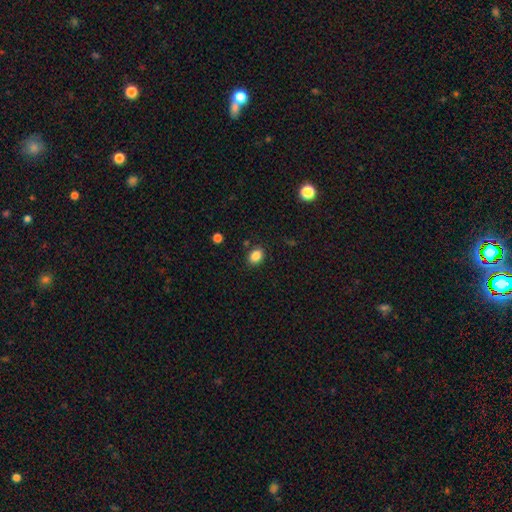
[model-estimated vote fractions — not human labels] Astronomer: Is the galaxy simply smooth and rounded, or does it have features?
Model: smooth — 86%.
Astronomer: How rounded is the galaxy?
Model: in between — 66%.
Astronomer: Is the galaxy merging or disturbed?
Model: none — 85%.